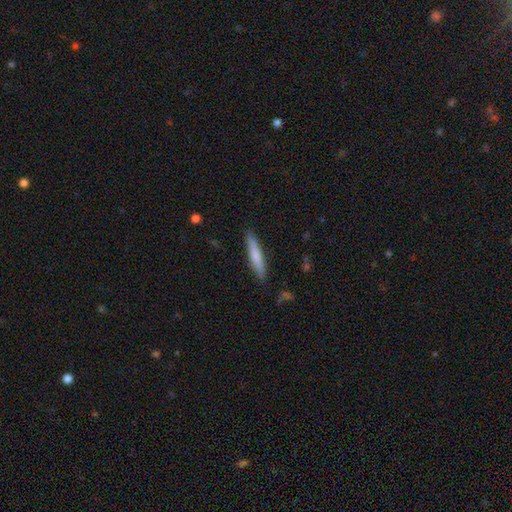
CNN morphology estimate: smooth_or_featured: smooth (p=0.74) [alt: featured or disk p=0.20]
how_rounded: cigar-shaped (p=0.91) [alt: in between p=0.08]
merging: none (p=0.89) [alt: minor disturbance p=0.08]